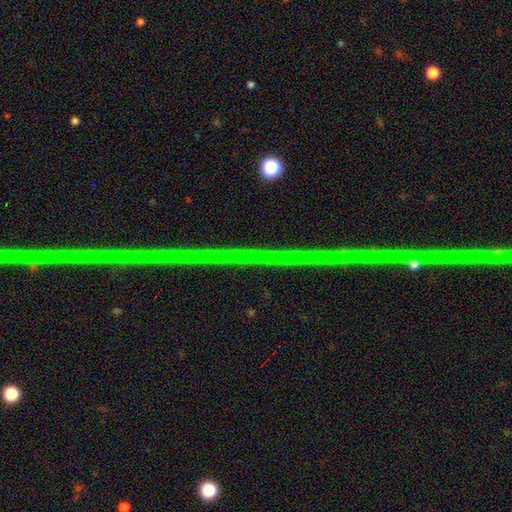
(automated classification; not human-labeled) Smooth or featured: star or artifact — 81% (featured or disk — 13%)